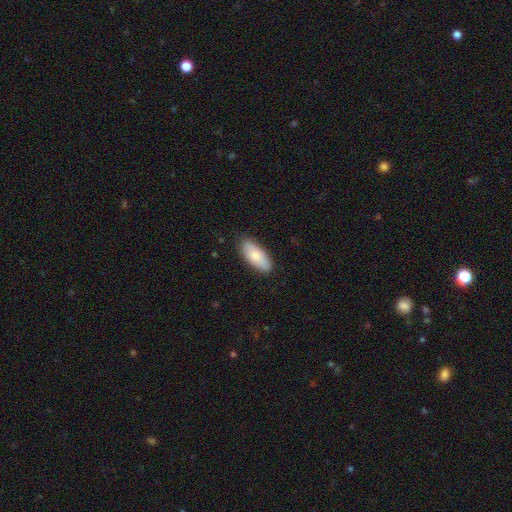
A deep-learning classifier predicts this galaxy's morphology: smooth-or-featured: smooth: 78% | featured or disk: 16% | star or artifact: 6%
  how-rounded: in between: 86% | cigar-shaped: 12% | round: 2%
  merging: none: 85% | minor disturbance: 12% | major disturbance: 2% | merger: 1%